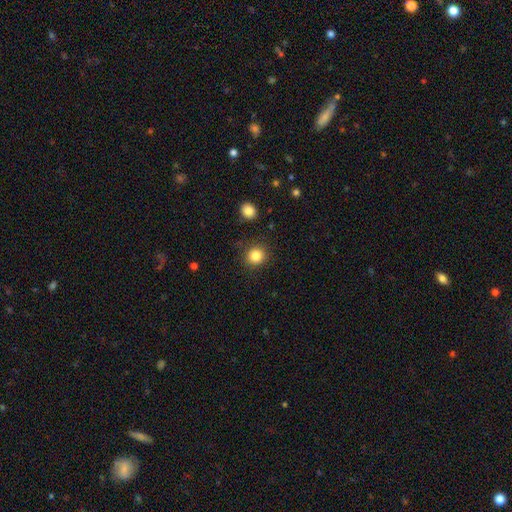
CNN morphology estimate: Smooth or featured?
  - smooth: 84% *
  - star or artifact: 11%
  - featured or disk: 5%
How rounded?
  - round: 86% *
  - in between: 13%
  - cigar-shaped: 1%
Merging?
  - none: 88% *
  - minor disturbance: 7%
  - major disturbance: 3%
  - merger: 2%